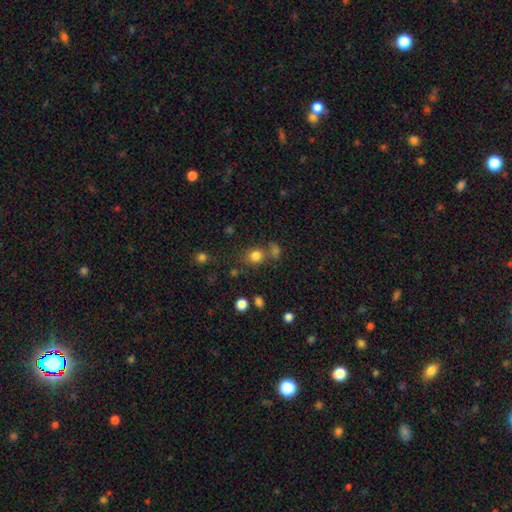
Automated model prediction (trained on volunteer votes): A smooth galaxy with no disk features (79%) that is round (77%). Merging: none (64%).